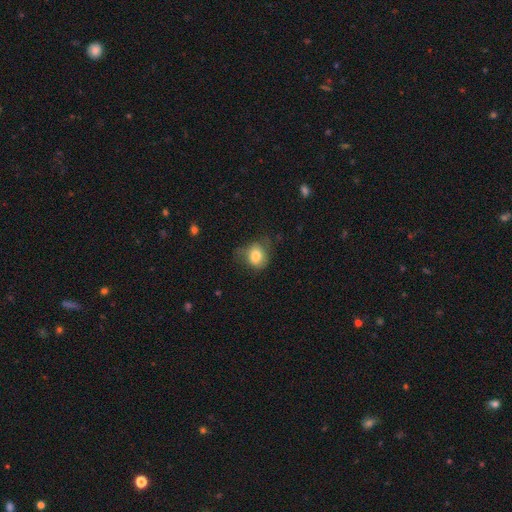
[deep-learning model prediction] The model was most divided on "how rounded": round: 57%, in between: 42%, cigar-shaped: 1%. More confident: smooth or featured — smooth (78%); merging — none (52%).